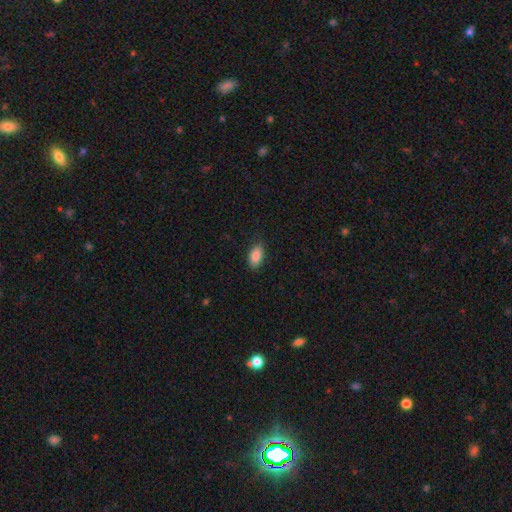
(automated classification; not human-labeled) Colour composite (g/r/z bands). It shows a smooth galaxy with no disk features (88%) that is in between round and cigar-shaped (92%). Merging: none (83%).